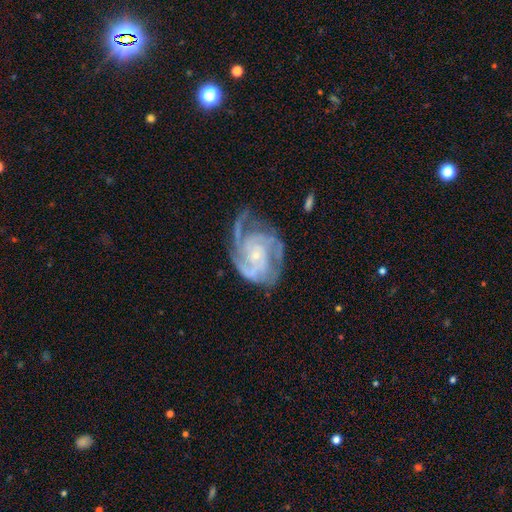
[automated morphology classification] featured or disk 91%, star or artifact 5%, smooth 4%. Down the decision tree: edge-on disk — no (98%); bar — no (69%); spiral arms — yes (98%); spiral arm count — 3 (42%); spiral winding — tight (57%); bulge size — small (79%); merging — none (60%).